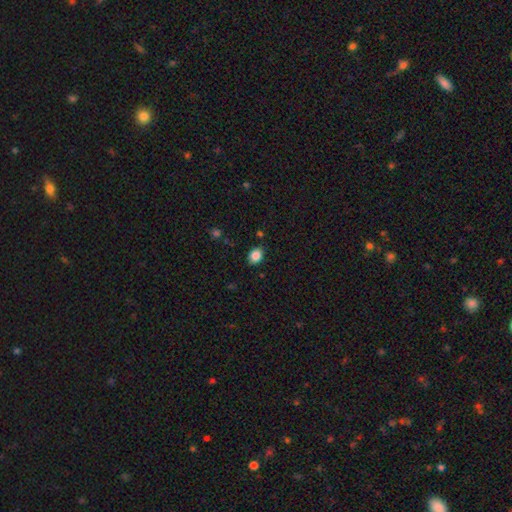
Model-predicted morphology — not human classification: smooth-or-featured: smooth: 86% | star or artifact: 9% | featured or disk: 5%
  how-rounded: in between: 64% | round: 35% | cigar-shaped: 1%
  merging: none: 86% | minor disturbance: 10% | major disturbance: 2% | merger: 2%